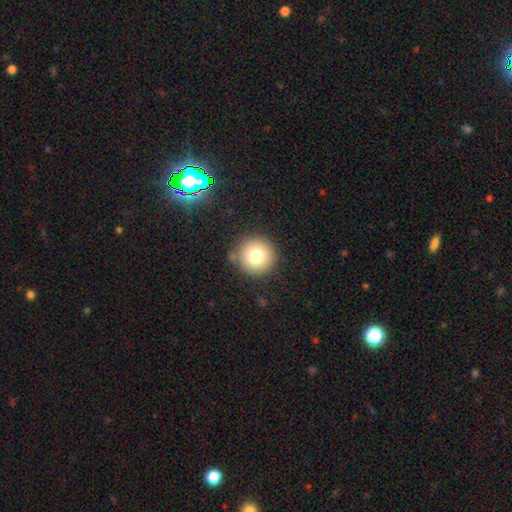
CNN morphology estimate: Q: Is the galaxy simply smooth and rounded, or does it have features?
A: smooth — 76%.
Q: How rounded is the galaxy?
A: round — 95%.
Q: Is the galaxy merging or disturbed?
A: none — 85%.